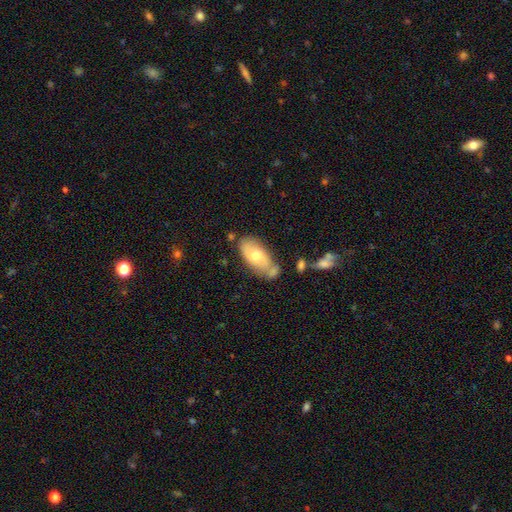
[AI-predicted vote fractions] This is likely a smooth galaxy (62%). How rounded: clearly in between (91%). Merging: possibly none (58%).